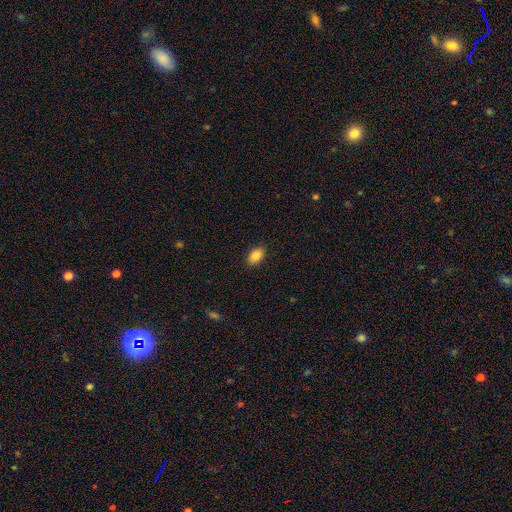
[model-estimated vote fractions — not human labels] smooth 86%, star or artifact 9%, featured or disk 5%. Down the decision tree: how rounded — in between (86%); merging — none (88%).